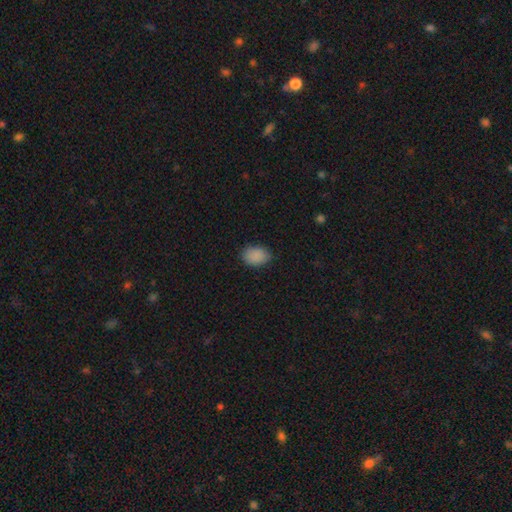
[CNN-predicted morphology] A smooth galaxy with no disk features (88%) that is in between round and cigar-shaped (79%). Merging: none (82%).